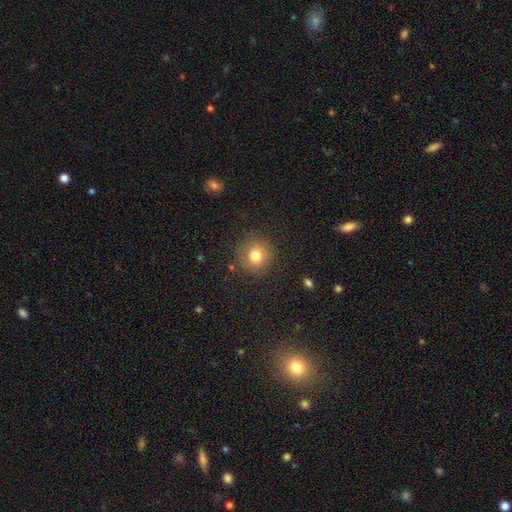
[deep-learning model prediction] A smooth galaxy with no disk features (79%) that is round (91%).

Vote fractions:
- Smooth or featured? smooth: 79% / star or artifact: 12% / featured or disk: 8%
- How rounded? round: 91% / in between: 8% / cigar-shaped: 1%
- Merging? none: 86% / minor disturbance: 10% / major disturbance: 3% / merger: 1%